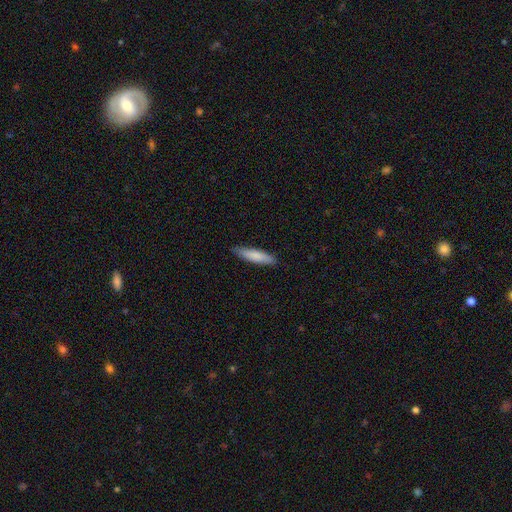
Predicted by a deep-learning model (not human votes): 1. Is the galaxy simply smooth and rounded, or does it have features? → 82% smooth, 13% featured or disk, 5% star or artifact.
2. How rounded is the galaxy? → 72% cigar-shaped, 26% in between, 1% round.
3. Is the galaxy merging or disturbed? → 84% none, 13% minor disturbance, 2% major disturbance, 1% merger.